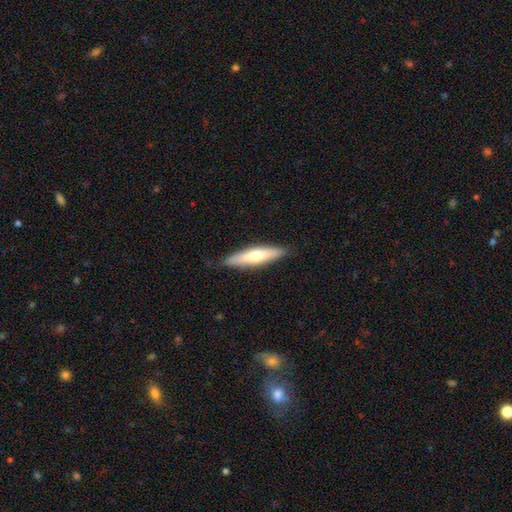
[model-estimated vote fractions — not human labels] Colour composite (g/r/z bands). It shows a smooth galaxy with no disk features (55%) that is cigar-shaped (78%). Merging: none (86%).